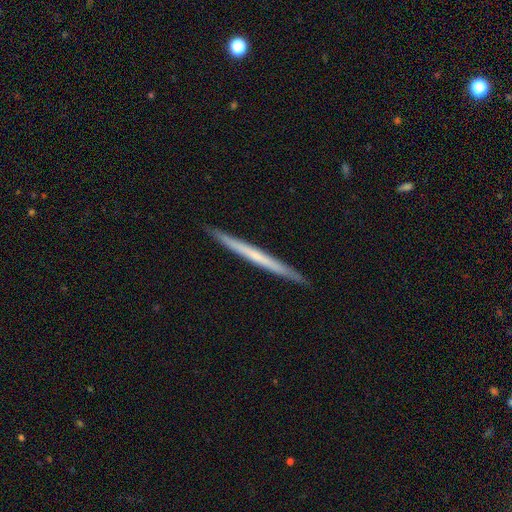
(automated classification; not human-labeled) This is possibly a featured or disk galaxy (54%). It is clearly viewed edge-on (97%). Edge-on bulge: clearly none (84%). Merging: clearly none (92%).